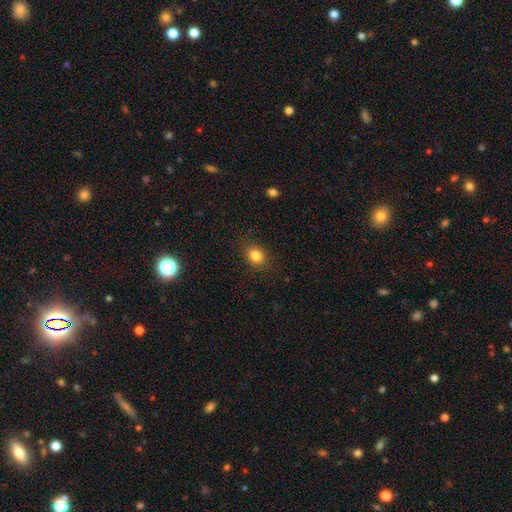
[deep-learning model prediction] A smooth galaxy with no disk features (83%) that is in between round and cigar-shaped (58%).

Vote fractions:
- Smooth or featured? smooth: 83% / star or artifact: 11% / featured or disk: 6%
- How rounded? in between: 58% / round: 41% / cigar-shaped: 1%
- Merging? none: 86% / minor disturbance: 10% / major disturbance: 3% / merger: 1%